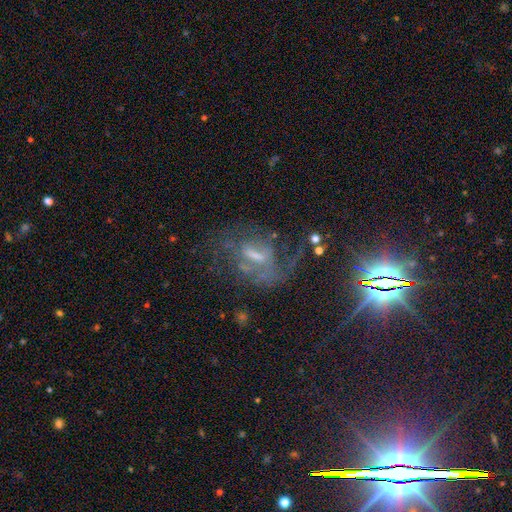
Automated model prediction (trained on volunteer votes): A featured or disk galaxy (63%) with a weak bar (45%), spiral arms (73%) and a small central bulge (35%, tied with moderate).

Vote fractions:
- Smooth or featured? featured or disk: 63% / star or artifact: 24% / smooth: 13%
- Edge-on disk? no: 92% / yes: 8%
- Bar? weak: 45% / strong: 29% / no: 25%
- Spiral arms? yes: 73% / no: 27%
- Bulge size? small: 35% (tied) / moderate: 35% (tied) / none: 22% / large: 5% / dominant: 2%
- Merging? none: 45% / major disturbance: 32% / minor disturbance: 19% / merger: 5%